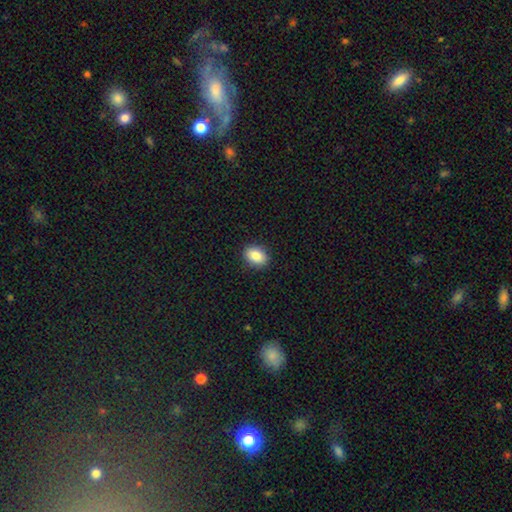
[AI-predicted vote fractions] Smooth or featured: smooth — 87% (star or artifact — 8%)
How rounded: in between — 75% (round — 24%)
Merging: none — 89% (minor disturbance — 8%)